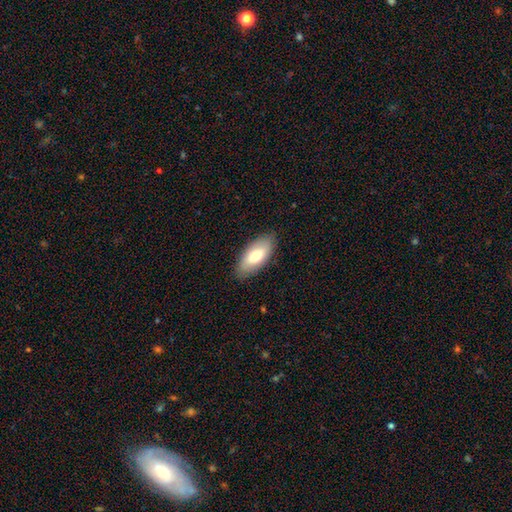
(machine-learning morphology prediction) Smooth or featured? Predicted: smooth (p=0.70). How rounded? Predicted: in between (p=0.89). Merging? Predicted: none (p=0.86).